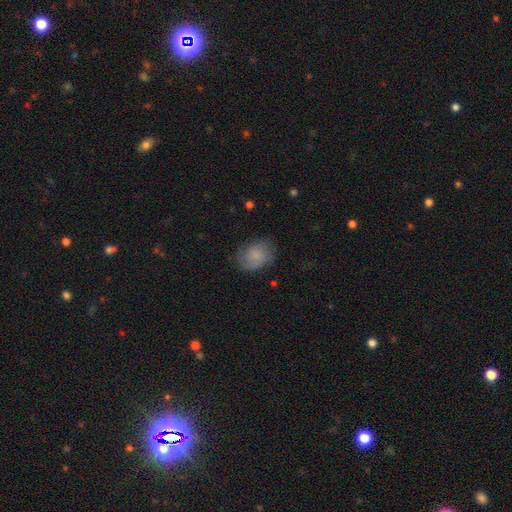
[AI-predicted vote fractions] Q: Smooth or featured?
A: smooth (66%); runner-up: featured or disk (26%)
Q: How rounded?
A: in between (65%); runner-up: round (34%)
Q: Merging?
A: none (71%); runner-up: minor disturbance (21%)